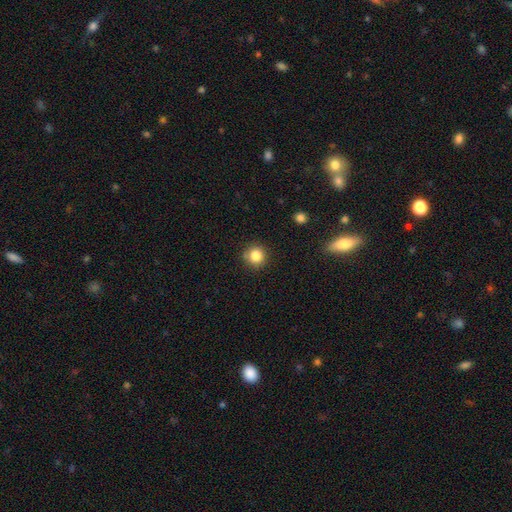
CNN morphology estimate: Smooth or featured?
  - smooth: 84% *
  - star or artifact: 11%
  - featured or disk: 5%
How rounded?
  - round: 91% *
  - in between: 8%
  - cigar-shaped: 1%
Merging?
  - none: 84% *
  - minor disturbance: 10%
  - merger: 4%
  - major disturbance: 3%